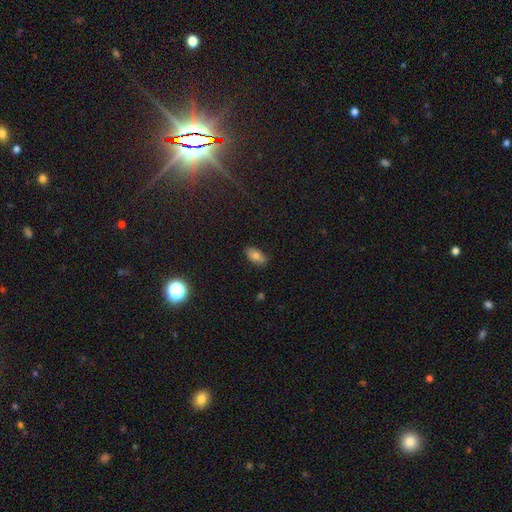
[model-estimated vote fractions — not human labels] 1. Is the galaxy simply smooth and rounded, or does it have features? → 77% smooth, 14% featured or disk, 10% star or artifact.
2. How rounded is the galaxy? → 92% in between, 4% cigar-shaped, 4% round.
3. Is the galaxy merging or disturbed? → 82% none, 14% minor disturbance, 2% major disturbance, 1% merger.